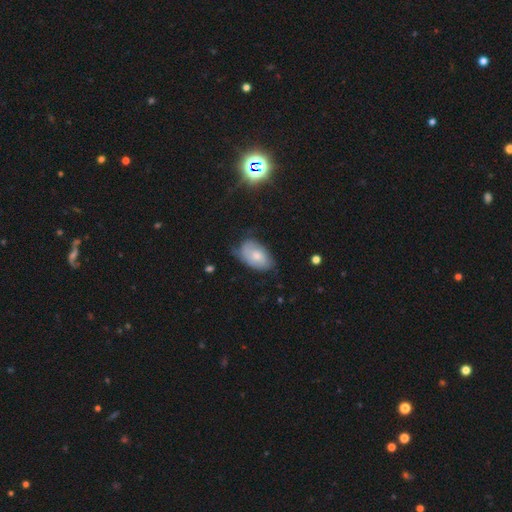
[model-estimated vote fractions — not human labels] Smooth or featured?
  - smooth: 59% *
  - featured or disk: 34%
  - star or artifact: 7%
How rounded?
  - in between: 92% *
  - round: 6%
  - cigar-shaped: 2%
Merging?
  - none: 55% *
  - minor disturbance: 34%
  - major disturbance: 9%
  - merger: 2%